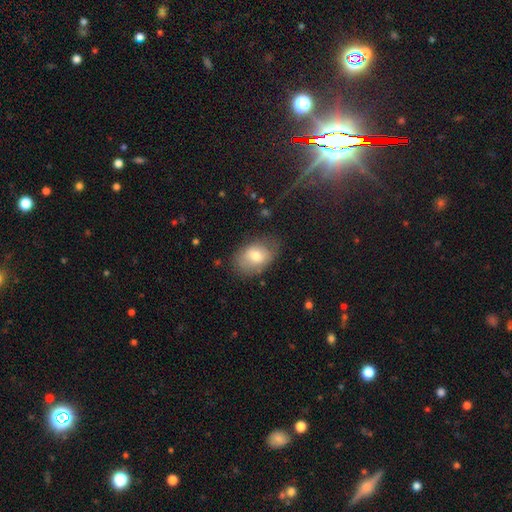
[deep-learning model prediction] This is likely a smooth galaxy (71%). How rounded: likely in between (78%). Merging: likely none (69%).